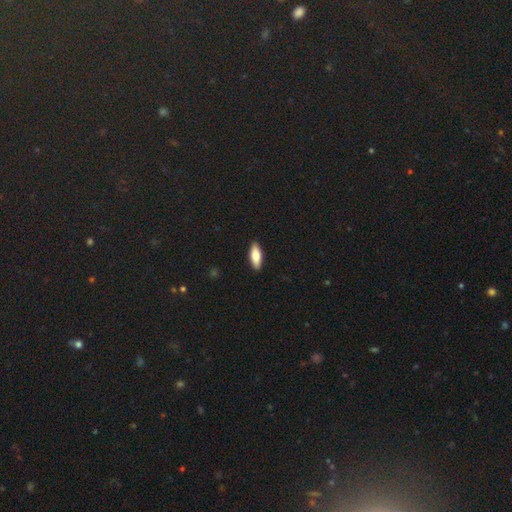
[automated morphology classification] Smooth or featured? Predicted: smooth (p=0.76). How rounded? Predicted: in between (p=0.69). Merging? Predicted: none (p=0.90).